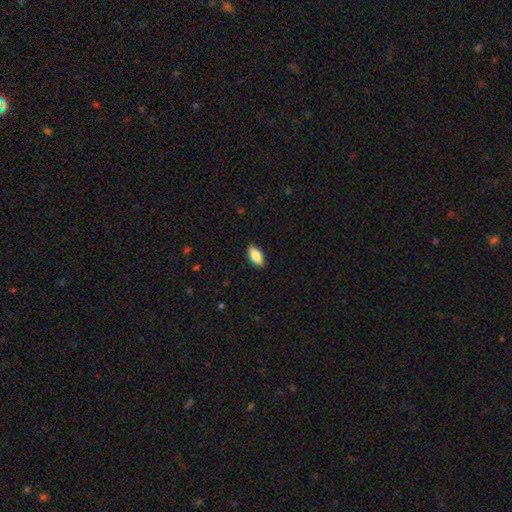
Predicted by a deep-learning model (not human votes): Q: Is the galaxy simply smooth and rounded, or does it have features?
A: smooth — 85%.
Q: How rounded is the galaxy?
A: in between — 91%.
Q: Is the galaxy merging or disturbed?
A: none — 89%.